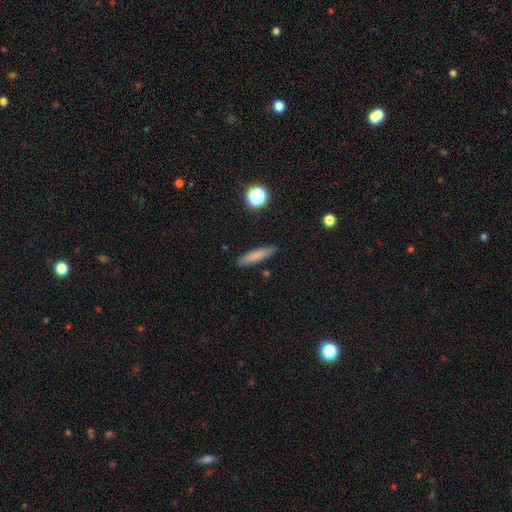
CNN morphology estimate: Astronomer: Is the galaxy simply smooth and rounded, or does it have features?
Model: smooth — 77%.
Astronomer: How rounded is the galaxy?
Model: cigar-shaped — 84%.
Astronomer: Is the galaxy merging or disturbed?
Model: none — 88%.